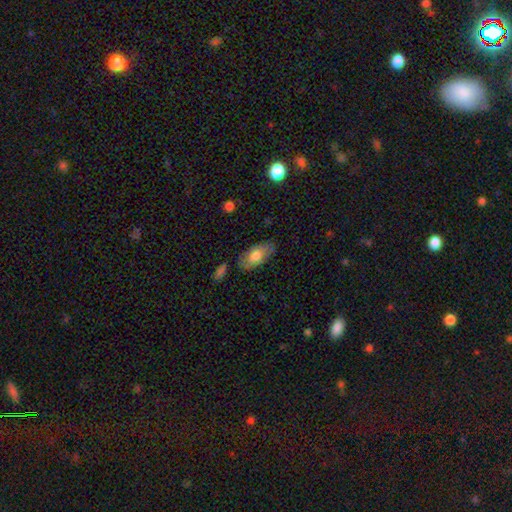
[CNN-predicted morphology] This appears to be a smooth galaxy with no disk features (70%) that is in between round and cigar-shaped (91%). Merging: none (78%).